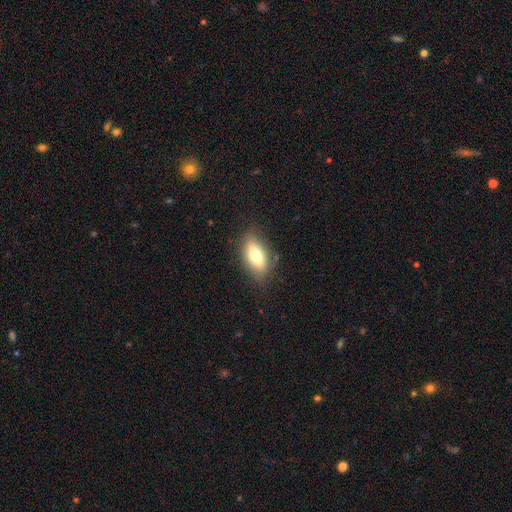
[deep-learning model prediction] Overall: smooth (78%). How rounded: in between (86%). Merging: none (79%).